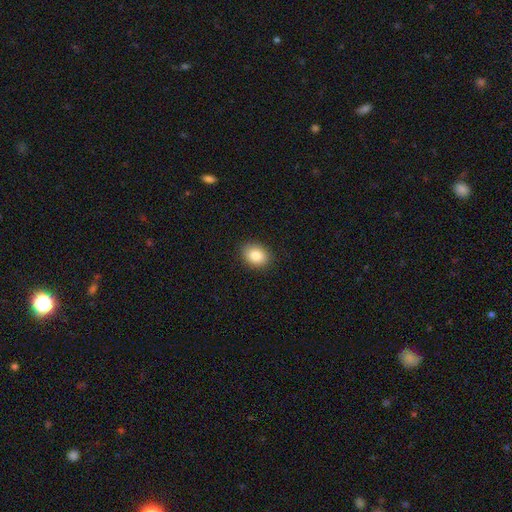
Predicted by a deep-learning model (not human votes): This is clearly a smooth galaxy (86%). How rounded: possibly in between (59%). Merging: clearly none (88%).